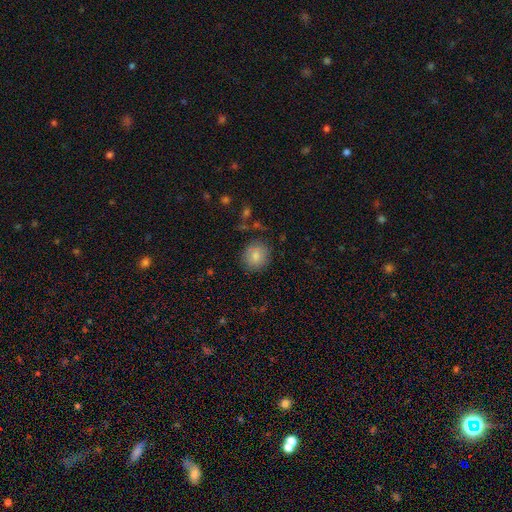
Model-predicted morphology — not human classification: Smooth or featured? smooth (81%)
How rounded? round (86%)
Merging? none (83%)